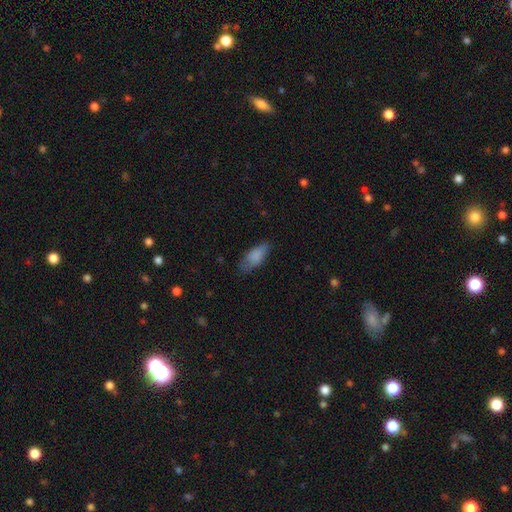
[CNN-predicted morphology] A smooth galaxy with no disk features (84%) that is in between round and cigar-shaped (83%).

Vote fractions:
- Smooth or featured? smooth: 84% / featured or disk: 9% / star or artifact: 7%
- How rounded? in between: 83% / cigar-shaped: 15% / round: 2%
- Merging? none: 68% / minor disturbance: 24% / major disturbance: 6% / merger: 1%